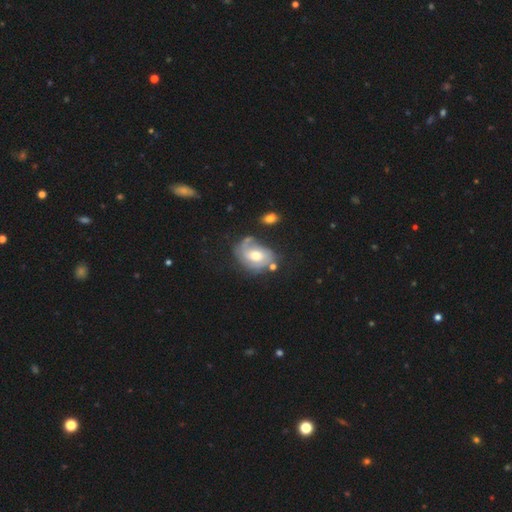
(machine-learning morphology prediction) A featured or disk galaxy (60%) with no bar (65%), spiral arms (76%) and a moderate central bulge (71%). Merging: none (47%).